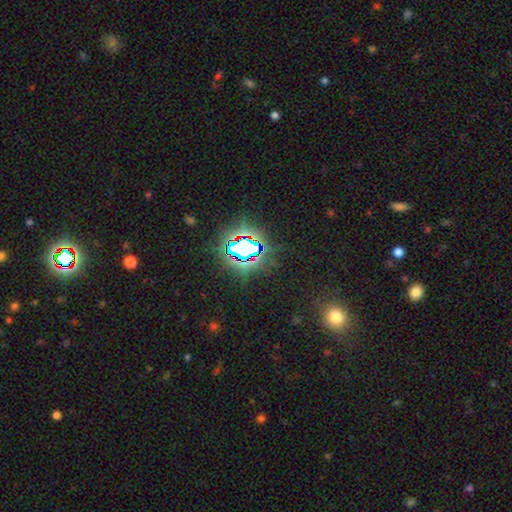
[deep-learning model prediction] Smooth or featured?
  - star or artifact: 75% *
  - smooth: 18%
  - featured or disk: 7%